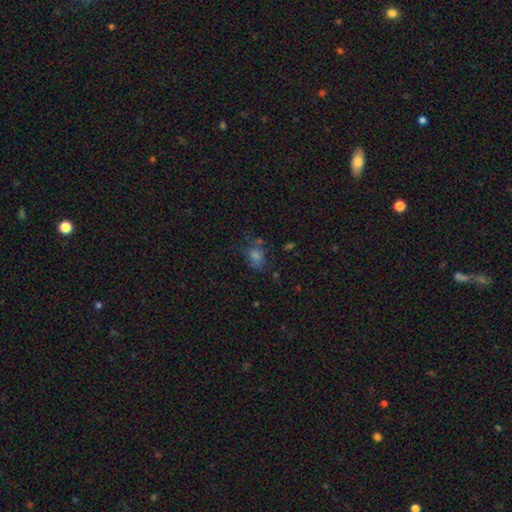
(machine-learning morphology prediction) This appears to be a smooth galaxy with no disk features (54%) that is in between round and cigar-shaped (60%). Merging: none (52%).